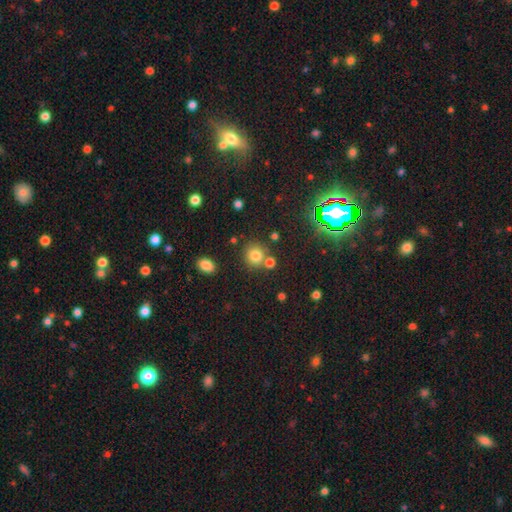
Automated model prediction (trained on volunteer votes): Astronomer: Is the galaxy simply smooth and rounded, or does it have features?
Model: smooth — 76%.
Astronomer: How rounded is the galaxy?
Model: round — 88%.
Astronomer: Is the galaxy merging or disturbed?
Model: none — 71%.